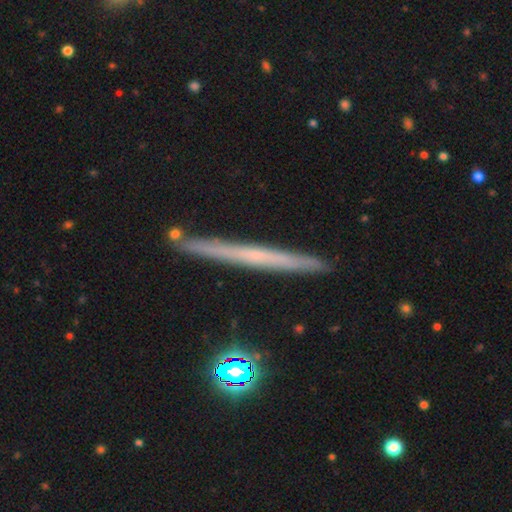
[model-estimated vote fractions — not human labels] Smooth or featured?
  - featured or disk: 57% *
  - smooth: 34%
  - star or artifact: 9%
Edge-on disk?
  - yes: 97% *
  - no: 3%
Edge-on bulge?
  - none: 86% *
  - rounded: 11%
  - boxy: 3%
Merging?
  - none: 89% *
  - minor disturbance: 8%
  - merger: 2%
  - major disturbance: 1%